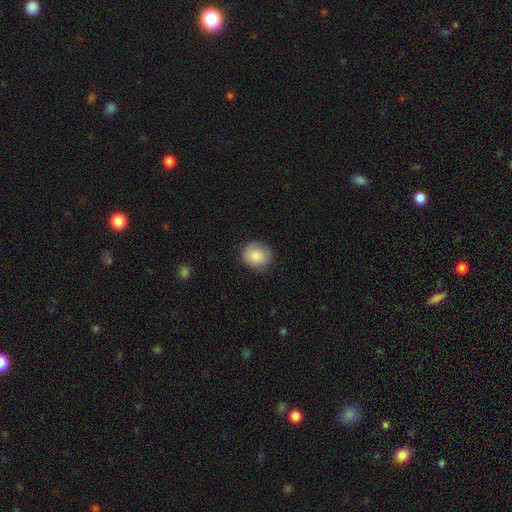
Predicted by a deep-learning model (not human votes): Smooth or featured? smooth (87%)
How rounded? round (76%)
Merging? none (84%)